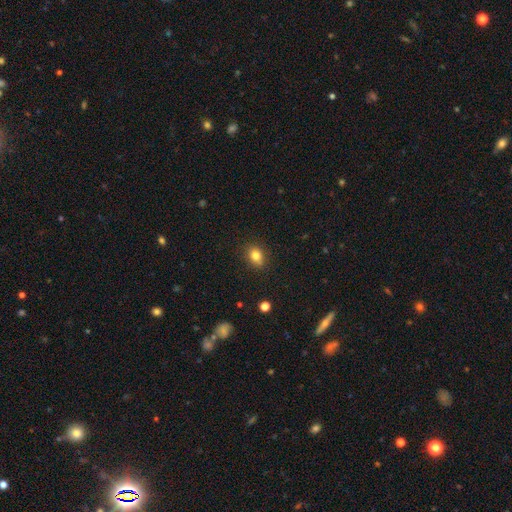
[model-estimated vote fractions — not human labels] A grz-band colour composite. It shows a smooth galaxy with no disk features (82%) that is in between round and cigar-shaped (57%). Merging: none (83%).